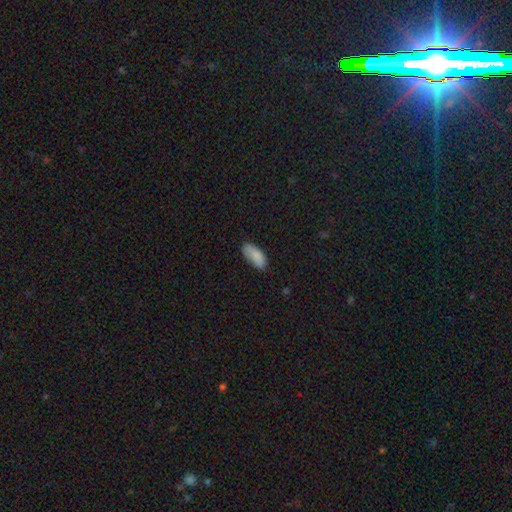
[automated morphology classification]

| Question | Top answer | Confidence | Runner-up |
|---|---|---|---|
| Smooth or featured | smooth | 86% | featured or disk (7%) |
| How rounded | in between | 86% | cigar-shaped (12%) |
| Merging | none | 71% | minor disturbance (23%) |